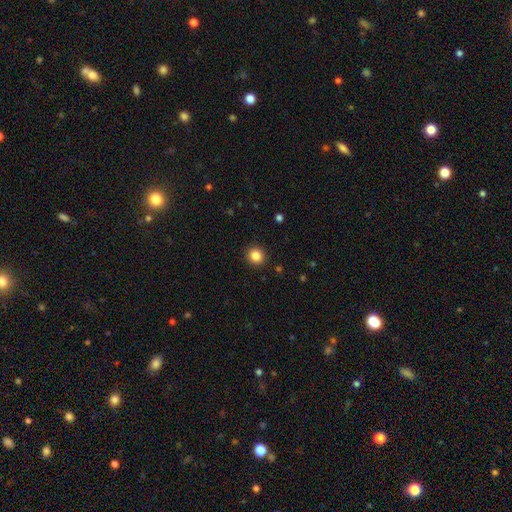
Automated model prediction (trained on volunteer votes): smooth-or-featured: smooth: 84% | star or artifact: 11% | featured or disk: 4%
  how-rounded: round: 92% | in between: 7% | cigar-shaped: 1%
  merging: none: 92% | minor disturbance: 5% | major disturbance: 2% | merger: 1%